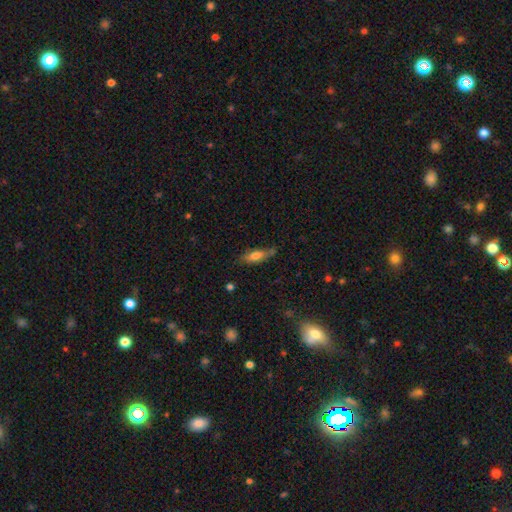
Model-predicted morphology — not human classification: type=smooth (65%); roundness=cigar-shaped (51%); merging=none (69%).